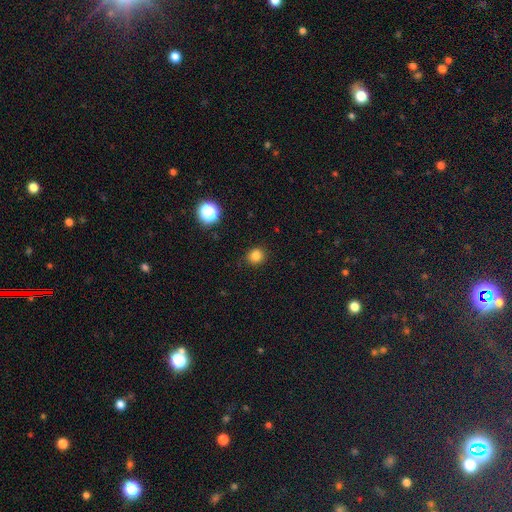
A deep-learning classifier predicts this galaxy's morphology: This is clearly a smooth galaxy (82%). How rounded: clearly round (86%). Merging: clearly none (87%).